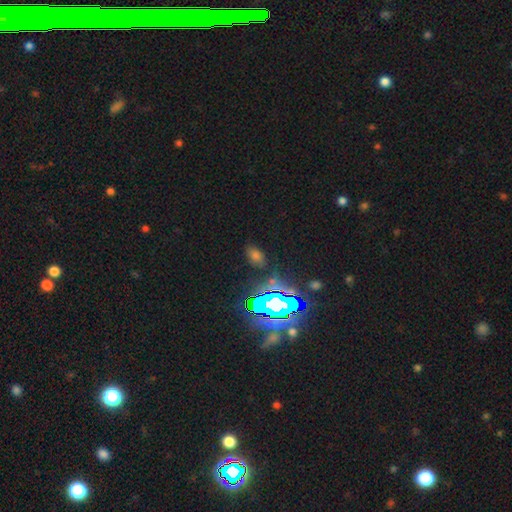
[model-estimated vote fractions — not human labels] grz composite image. It shows a smooth galaxy with no disk features (50%). Merging: none (81%).